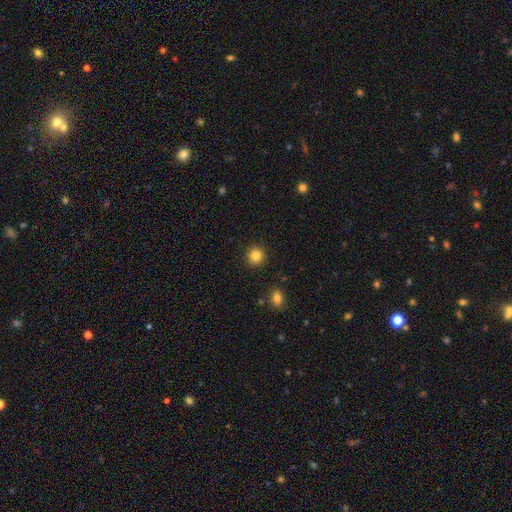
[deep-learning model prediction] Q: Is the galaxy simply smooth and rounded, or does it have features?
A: smooth — 84%.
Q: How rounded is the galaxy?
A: round — 93%.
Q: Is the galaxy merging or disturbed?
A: none — 91%.